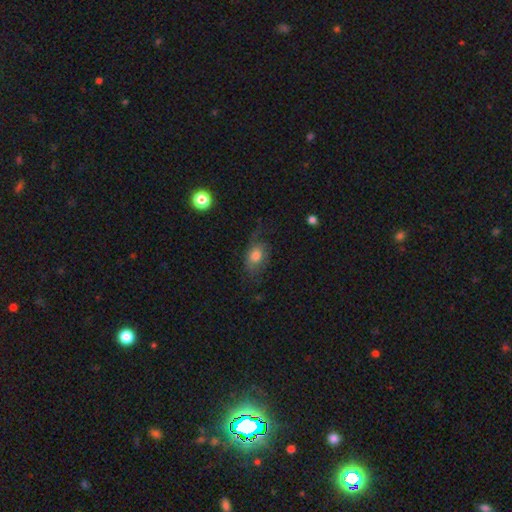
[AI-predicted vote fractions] Overall: smooth (63%; featured or disk 28%). How rounded: in between (79%). Merging: none (48%; minor disturbance 27%).